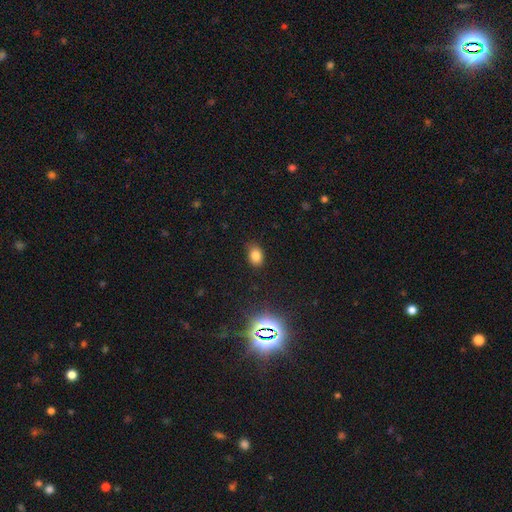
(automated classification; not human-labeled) This is likely a smooth galaxy (79%). How rounded: likely in between (73%). Merging: clearly none (81%).